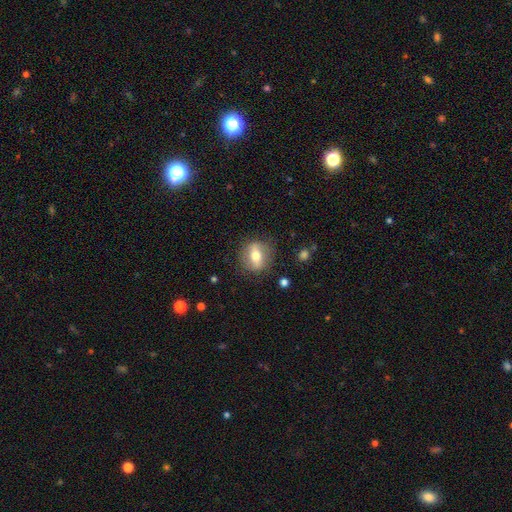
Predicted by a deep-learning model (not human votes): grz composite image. It shows a featured or disk galaxy (46%, tied with smooth). Merging: none (81%).